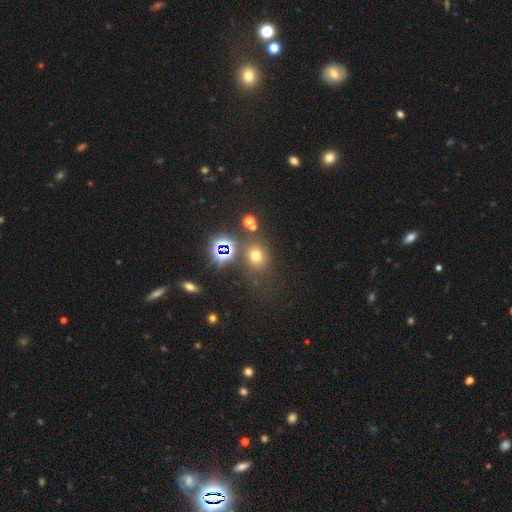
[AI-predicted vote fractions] This appears to be a smooth galaxy with no disk features (61%) that is round (70%). Merging: none (75%).